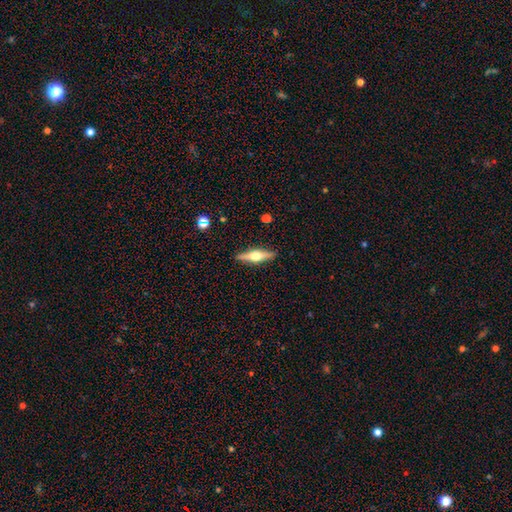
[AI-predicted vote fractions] Smooth or featured?
  - featured or disk: 69% *
  - smooth: 25%
  - star or artifact: 6%
Edge-on disk?
  - yes: 97% *
  - no: 3%
Edge-on bulge?
  - rounded: 95% *
  - boxy: 3%
  - none: 2%
Merging?
  - none: 90% *
  - minor disturbance: 7%
  - major disturbance: 2%
  - merger: 1%